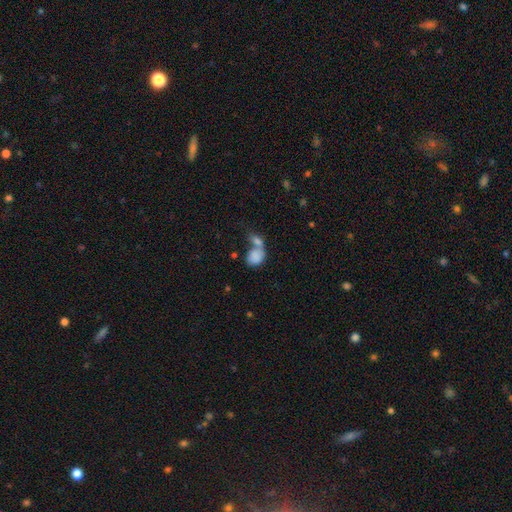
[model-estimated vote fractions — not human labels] Morphology: type=smooth (80%); roundness=in between (69%); merging=merger (65%).